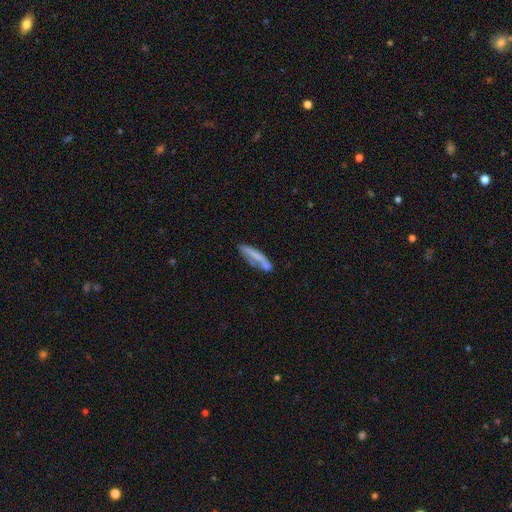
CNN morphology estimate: This is likely a smooth galaxy (60%). How rounded: clearly cigar-shaped (82%). Merging: possibly none (46%).